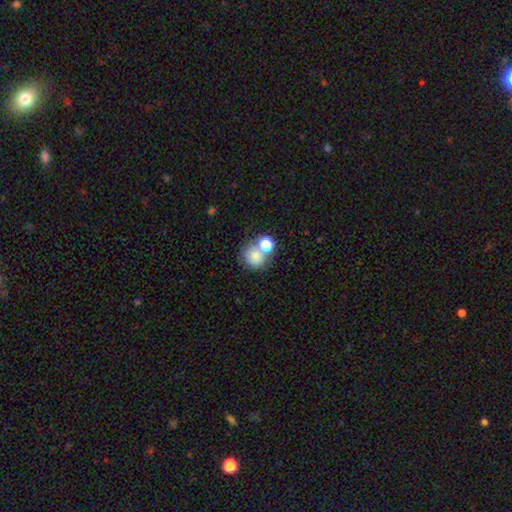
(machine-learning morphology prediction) Q: Smooth or featured?
A: smooth (78%); runner-up: star or artifact (12%)
Q: How rounded?
A: round (83%); runner-up: in between (16%)
Q: Merging?
A: none (47%); runner-up: merger (39%)